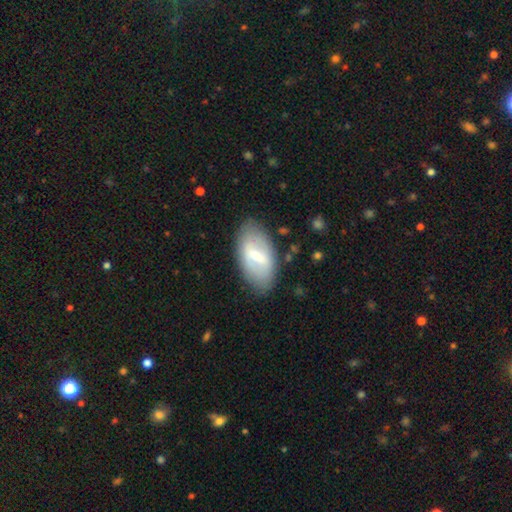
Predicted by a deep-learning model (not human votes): Smooth or featured? Predicted: featured or disk (p=0.49). Merging? Predicted: none (p=0.80).